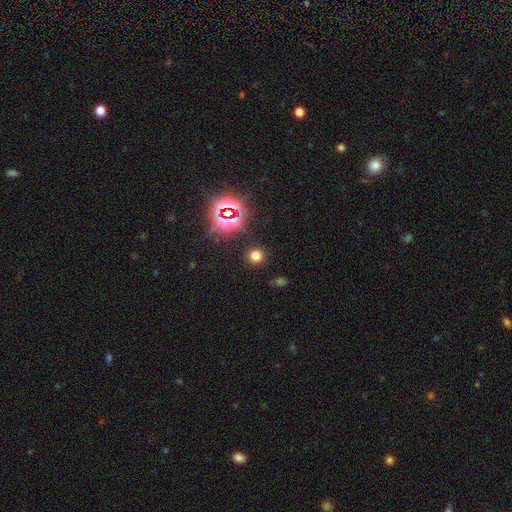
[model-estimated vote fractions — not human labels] smooth-or-featured: smooth: 67% | star or artifact: 27% | featured or disk: 6%
  how-rounded: round: 91% | in between: 8% | cigar-shaped: 1%
  merging: none: 88% | minor disturbance: 7% | major disturbance: 3% | merger: 2%